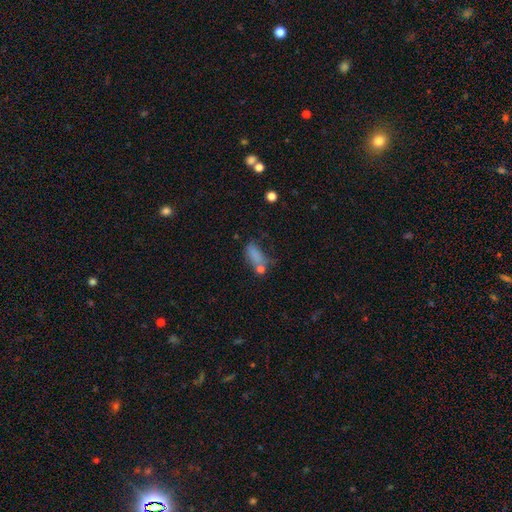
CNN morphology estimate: A smooth galaxy with no disk features (75%) that is in between round and cigar-shaped (80%). Merging: none (36%).